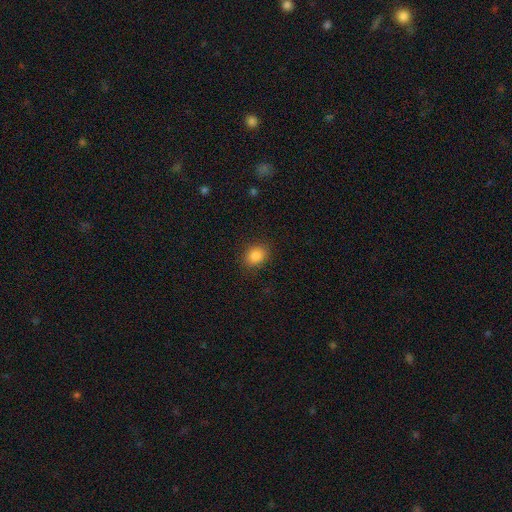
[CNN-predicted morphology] This appears to be a smooth galaxy with no disk features (86%) that is round (55%). Merging: none (88%).